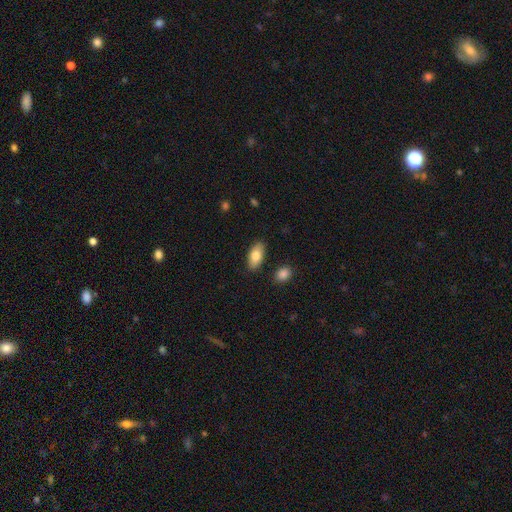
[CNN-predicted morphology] A smooth galaxy with no disk features (80%) that is in between round and cigar-shaped (91%). Merging: none (87%).